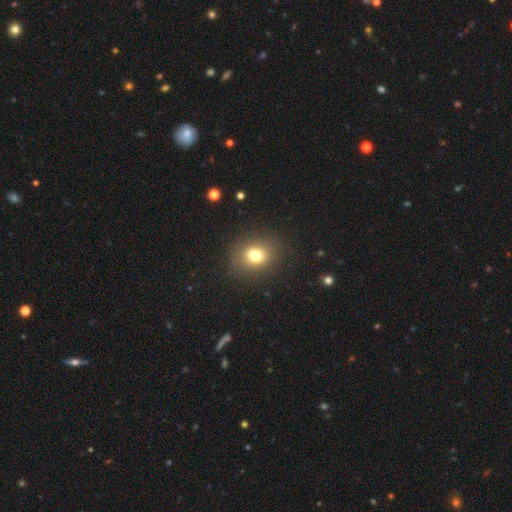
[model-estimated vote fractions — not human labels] Smooth or featured?
  - smooth: 76% *
  - star or artifact: 13%
  - featured or disk: 10%
How rounded?
  - round: 57% *
  - in between: 42%
  - cigar-shaped: 1%
Merging?
  - none: 84% *
  - minor disturbance: 10%
  - major disturbance: 4%
  - merger: 2%